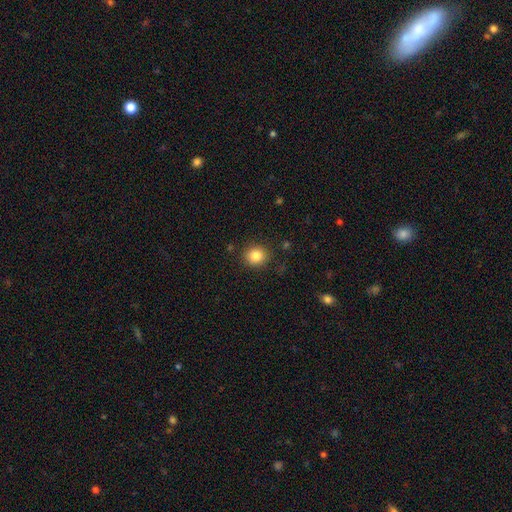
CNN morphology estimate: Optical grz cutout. It shows a smooth galaxy with no disk features (84%) that is round (84%). Merging: none (88%).